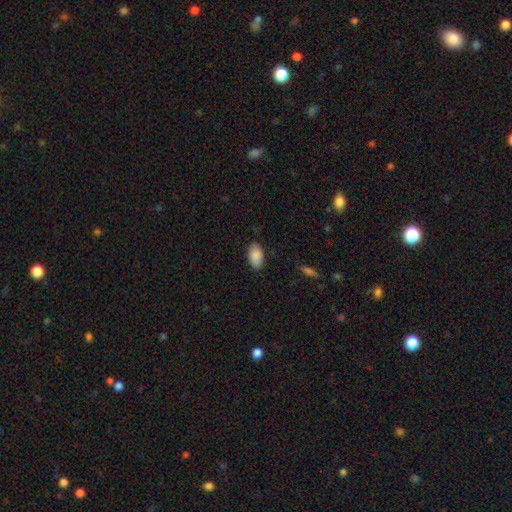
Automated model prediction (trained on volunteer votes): A smooth galaxy with no disk features (87%) that is in between round and cigar-shaped (95%).

Vote fractions:
- Smooth or featured? smooth: 87% / star or artifact: 7% / featured or disk: 6%
- How rounded? in between: 95% / round: 4% / cigar-shaped: 2%
- Merging? none: 85% / minor disturbance: 12% / major disturbance: 2% / merger: 1%